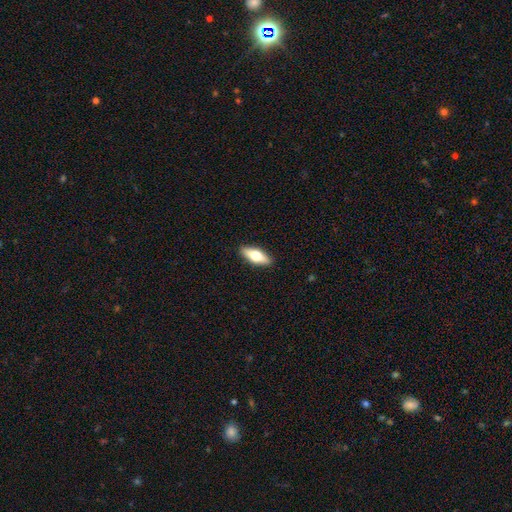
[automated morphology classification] Overall: smooth (57%; featured or disk 36%). How rounded: in between (66%; cigar-shaped 31%). Merging: none (90%).